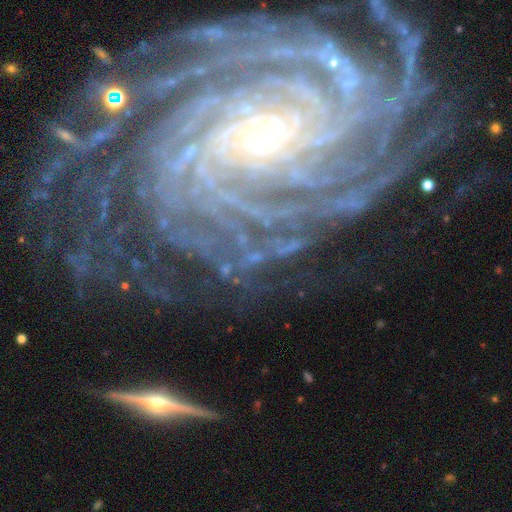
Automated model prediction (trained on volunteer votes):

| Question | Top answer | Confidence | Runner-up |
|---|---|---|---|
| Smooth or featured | featured or disk | 85% | star or artifact (9%) |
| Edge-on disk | no | 96% | yes (4%) |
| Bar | no | 44% | weak (31%) |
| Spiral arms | yes | 97% | no (3%) |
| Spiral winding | tight | 79% | medium (16%) |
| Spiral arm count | more than 4 | 33% | can't tell (21%) |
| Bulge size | small | 74% | moderate (20%) |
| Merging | none | 75% | minor disturbance (13%) |